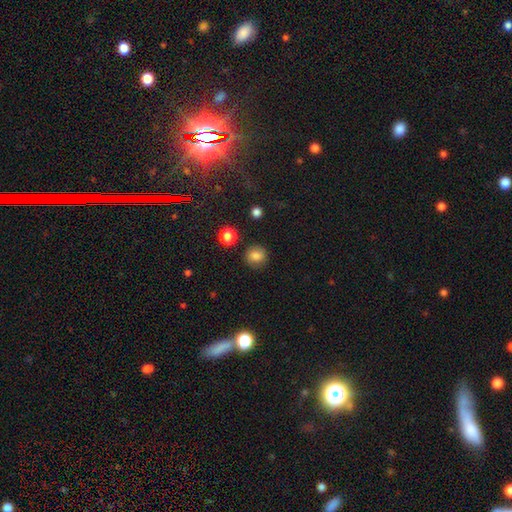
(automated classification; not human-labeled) Smooth or featured? Predicted: smooth (p=0.82). How rounded? Predicted: round (p=0.88). Merging? Predicted: none (p=0.87).